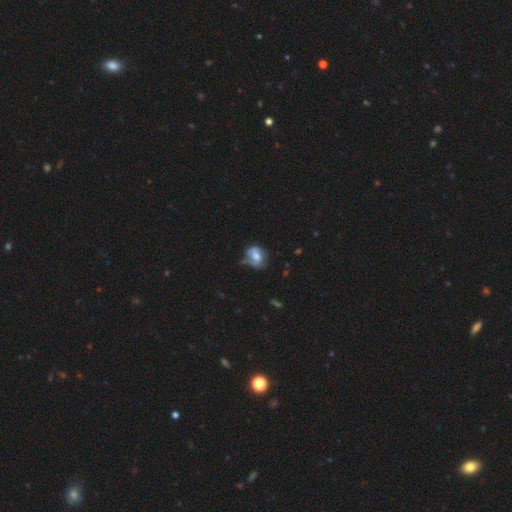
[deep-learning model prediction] Q: Smooth or featured?
A: smooth (59%); runner-up: featured or disk (31%)
Q: How rounded?
A: round (50%); runner-up: in between (49%)
Q: Merging?
A: none (45%); runner-up: minor disturbance (33%)